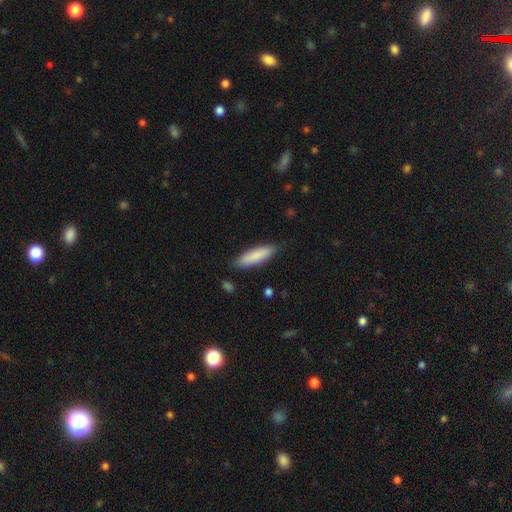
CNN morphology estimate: type=smooth (86%); roundness=cigar-shaped (60%); merging=none (85%).